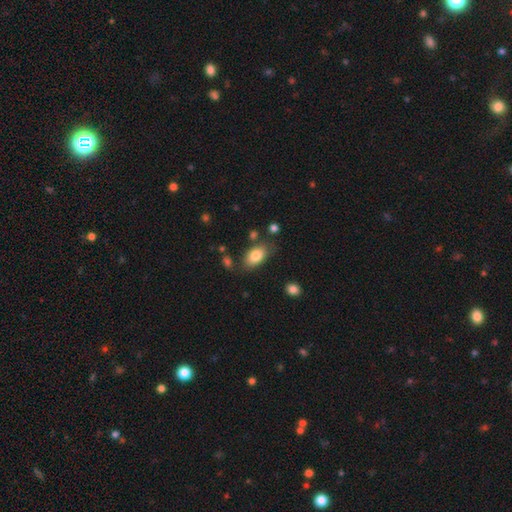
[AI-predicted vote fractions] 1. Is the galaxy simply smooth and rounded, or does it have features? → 82% smooth, 11% featured or disk, 7% star or artifact.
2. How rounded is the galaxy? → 92% in between, 5% round, 3% cigar-shaped.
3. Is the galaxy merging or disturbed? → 74% none, 16% minor disturbance, 5% merger, 4% major disturbance.